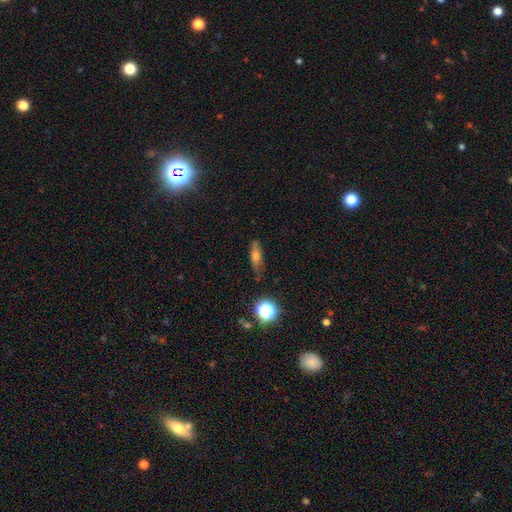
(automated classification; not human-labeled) A smooth galaxy with no disk features (63%) that is cigar-shaped (47%). Merging: none (75%).